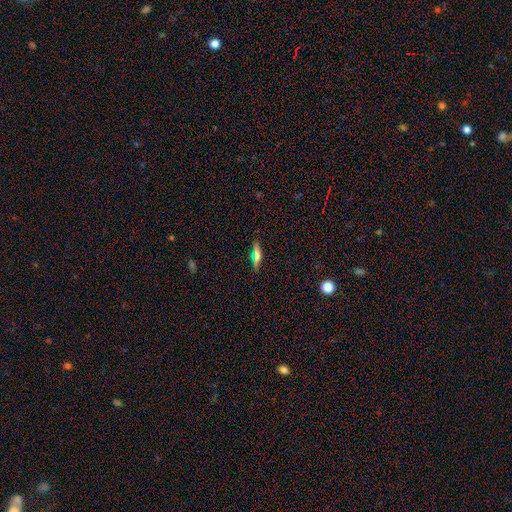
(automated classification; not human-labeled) Smooth or featured? Predicted: featured or disk (p=0.46). Merging? Predicted: none (p=0.88).